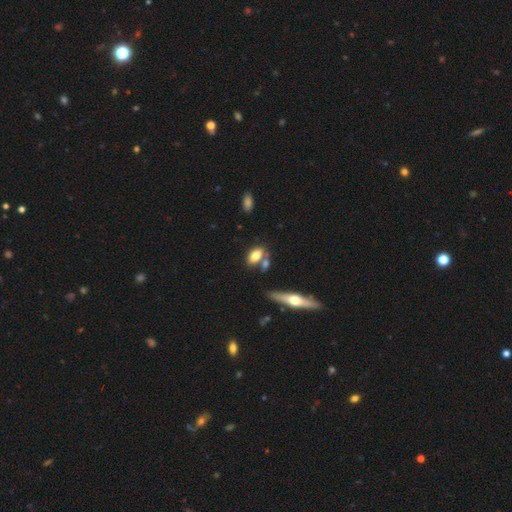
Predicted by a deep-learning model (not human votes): A smooth galaxy with no disk features (72%) that is in between round and cigar-shaped (84%).

Vote fractions:
- Smooth or featured? smooth: 72% / featured or disk: 19% / star or artifact: 8%
- How rounded? in between: 84% / cigar-shaped: 8% / round: 8%
- Merging? none: 57% / merger: 23% / minor disturbance: 15% / major disturbance: 5%